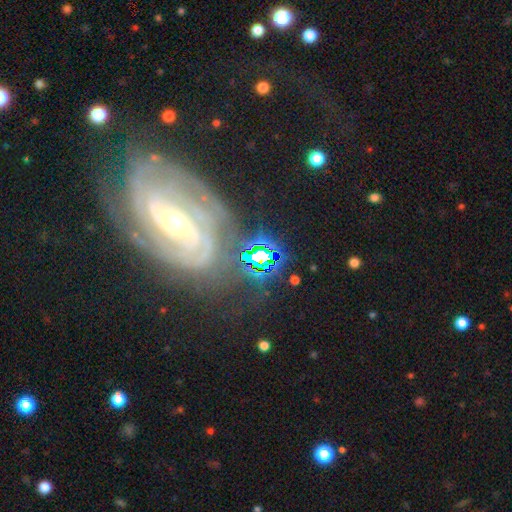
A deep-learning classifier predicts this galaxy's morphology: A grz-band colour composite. It shows a star or artifact, not a galaxy (53%).